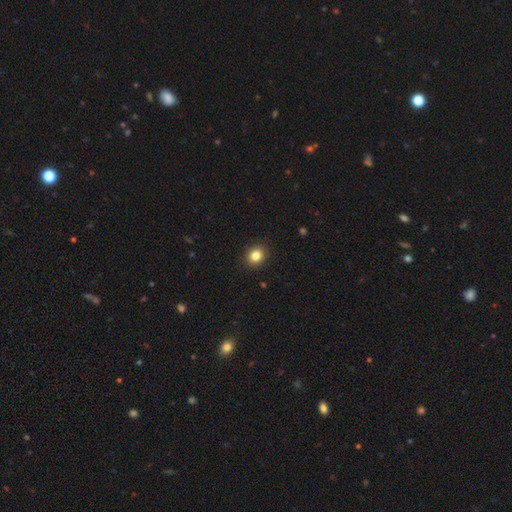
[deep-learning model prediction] Morphology: type=smooth (84%); roundness=round (69%); merging=none (91%).